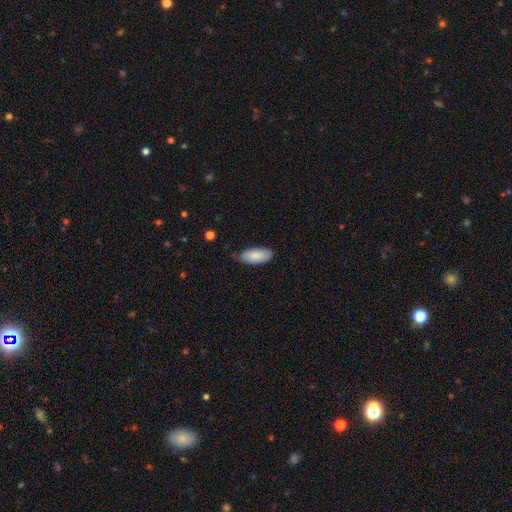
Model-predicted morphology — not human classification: This appears to be a smooth galaxy with no disk features (86%) that is in between round and cigar-shaped (87%). Merging: none (72%).